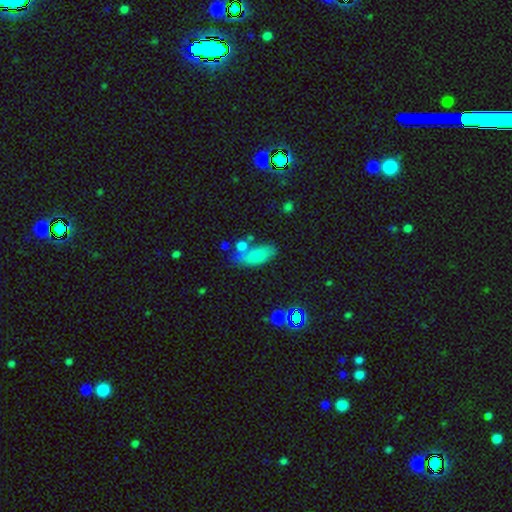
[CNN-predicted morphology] Smooth or featured: smooth — 78% (featured or disk — 12%)
How rounded: in between — 81% (cigar-shaped — 15%)
Merging: none — 53% (minor disturbance — 21%)